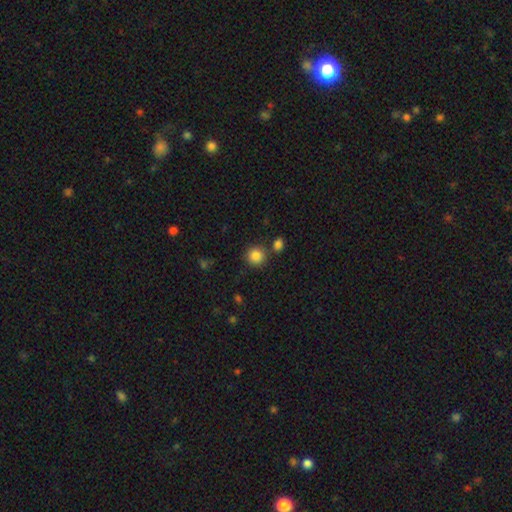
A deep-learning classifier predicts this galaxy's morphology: Q: Smooth or featured?
A: smooth (86%); runner-up: star or artifact (9%)
Q: How rounded?
A: round (91%); runner-up: in between (8%)
Q: Merging?
A: none (81%); runner-up: merger (9%)